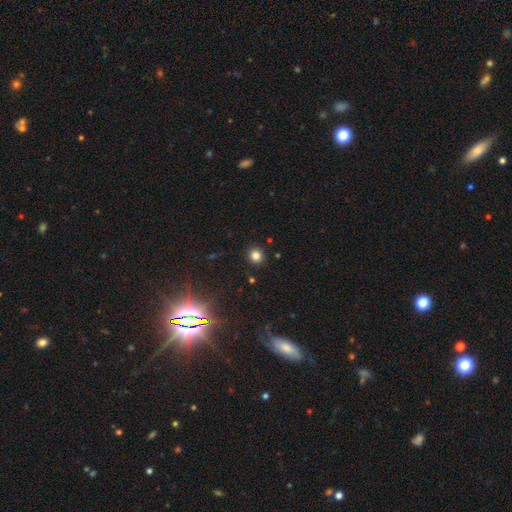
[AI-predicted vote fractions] smooth_or_featured: smooth (p=0.80) [alt: star or artifact p=0.15]
how_rounded: round (p=0.89) [alt: in between p=0.10]
merging: none (p=0.91) [alt: minor disturbance p=0.05]